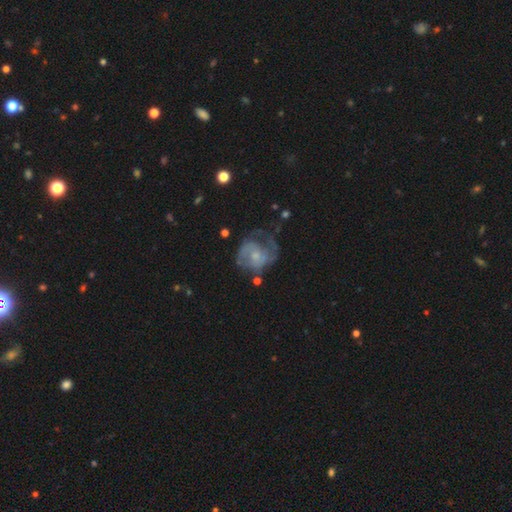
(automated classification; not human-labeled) Smooth or featured? featured or disk (71%)
Edge-on disk? no (98%)
Bar? no (72%)
Spiral arms? yes (80%)
Spiral winding? medium (42%)
Spiral arm count? 2 (44%)
Bulge size? small (57%)
Merging? none (42%)